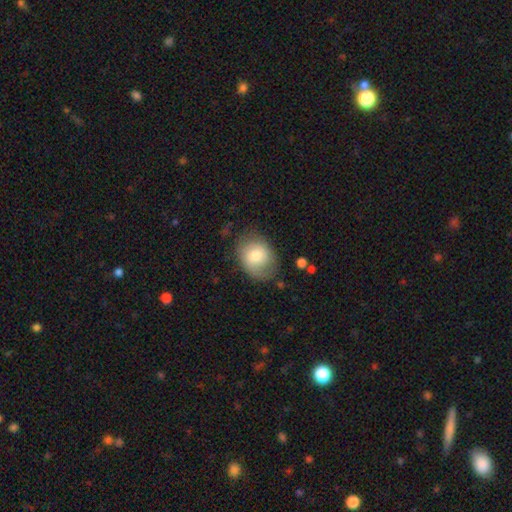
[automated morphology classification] A smooth galaxy with no disk features (68%) that is in between round and cigar-shaped (50%). Merging: none (64%).